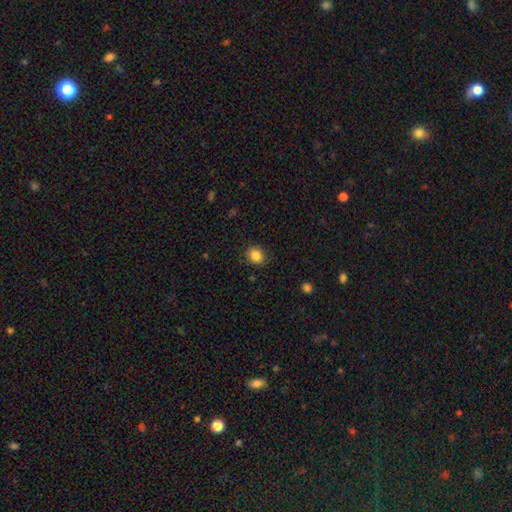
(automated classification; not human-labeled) smooth_or_featured: smooth (p=0.85) [alt: star or artifact p=0.10]
how_rounded: round (p=0.68) [alt: in between p=0.31]
merging: none (p=0.88) [alt: minor disturbance p=0.09]